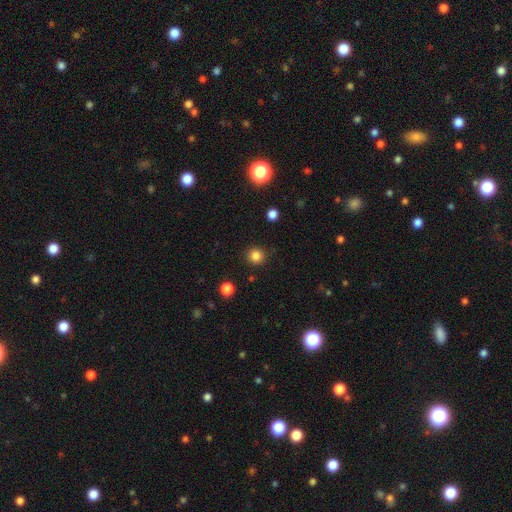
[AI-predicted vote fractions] smooth_or_featured: smooth (p=0.84) [alt: star or artifact p=0.13]
how_rounded: round (p=0.94) [alt: in between p=0.05]
merging: none (p=0.90) [alt: minor disturbance p=0.06]